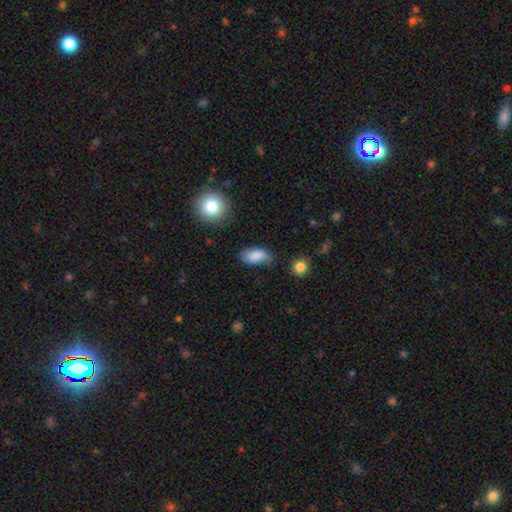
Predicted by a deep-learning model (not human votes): A smooth galaxy with no disk features (84%) that is in between round and cigar-shaped (91%). Merging: none (69%).